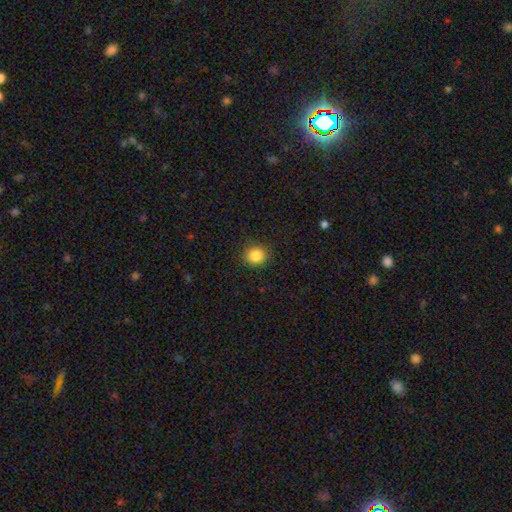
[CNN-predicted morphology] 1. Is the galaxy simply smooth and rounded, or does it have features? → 84% smooth, 11% star or artifact, 5% featured or disk.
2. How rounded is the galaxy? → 88% round, 11% in between, 1% cigar-shaped.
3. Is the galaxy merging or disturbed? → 90% none, 7% minor disturbance, 2% major disturbance, 1% merger.